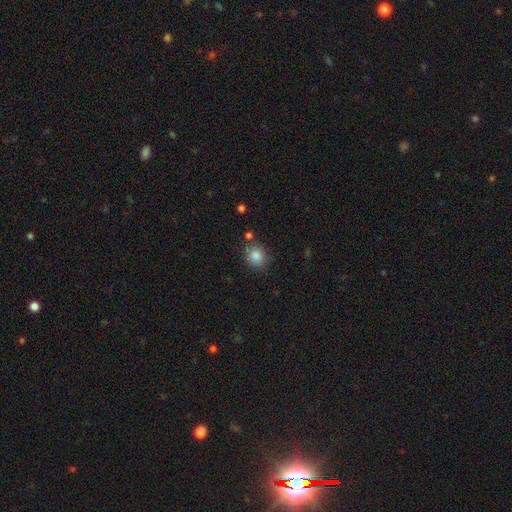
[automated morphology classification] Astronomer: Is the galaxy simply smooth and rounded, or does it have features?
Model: smooth — 85%.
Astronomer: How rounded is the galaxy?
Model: round — 79%.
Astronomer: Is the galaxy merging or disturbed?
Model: none — 80%.